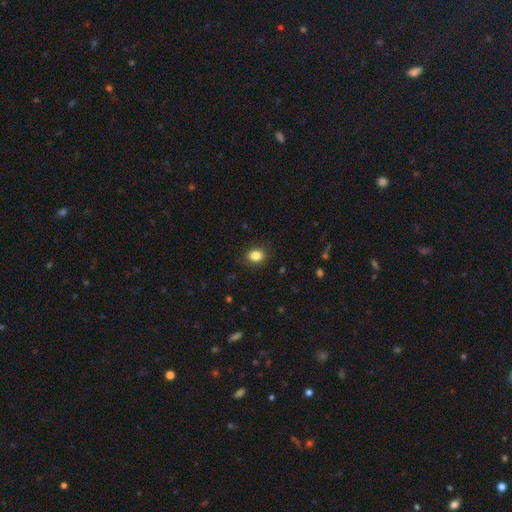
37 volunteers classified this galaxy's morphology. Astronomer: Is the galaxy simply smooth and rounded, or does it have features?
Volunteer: smooth — 92%.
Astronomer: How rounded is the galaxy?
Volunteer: in between — 53% (runner-up: round, 47%).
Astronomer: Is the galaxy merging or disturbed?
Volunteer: none — 97%.